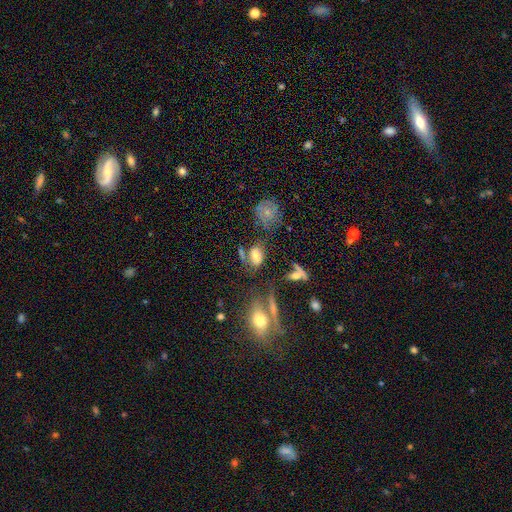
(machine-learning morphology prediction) The model was most divided on "merging": none: 53%, minor disturbance: 20%, merger: 15%, major disturbance: 12%. More confident: how rounded — in between (77%); smooth or featured — smooth (59%).